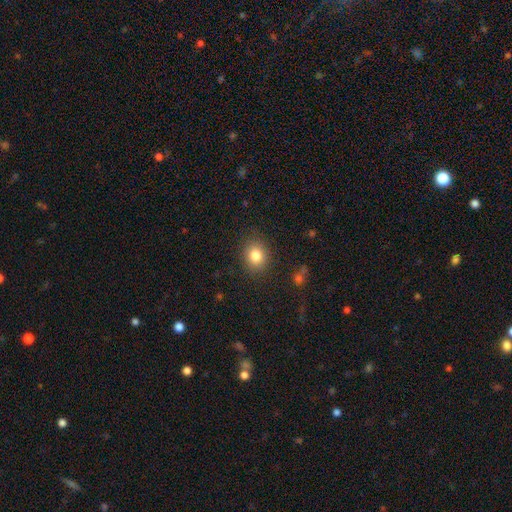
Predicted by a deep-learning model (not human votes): Smooth or featured? smooth (82%)
How rounded? round (61%)
Merging? none (87%)